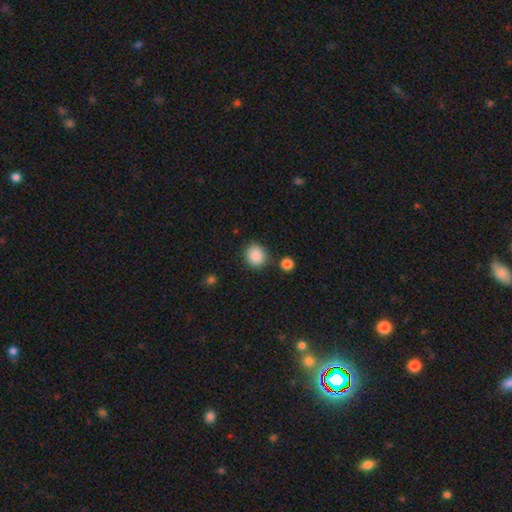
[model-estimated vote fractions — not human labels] Smooth or featured: smooth — 87% (star or artifact — 9%)
How rounded: round — 79% (in between — 20%)
Merging: none — 82% (minor disturbance — 11%)